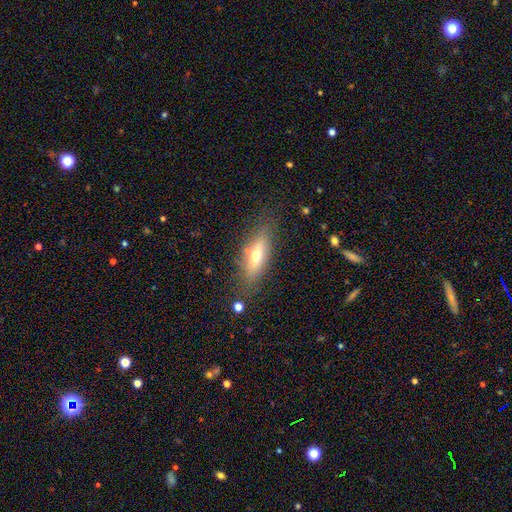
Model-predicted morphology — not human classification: Smooth or featured?
  - smooth: 55% *
  - featured or disk: 36%
  - star or artifact: 9%
How rounded?
  - in between: 61% *
  - cigar-shaped: 36%
  - round: 4%
Merging?
  - none: 77% *
  - minor disturbance: 14%
  - major disturbance: 5%
  - merger: 4%